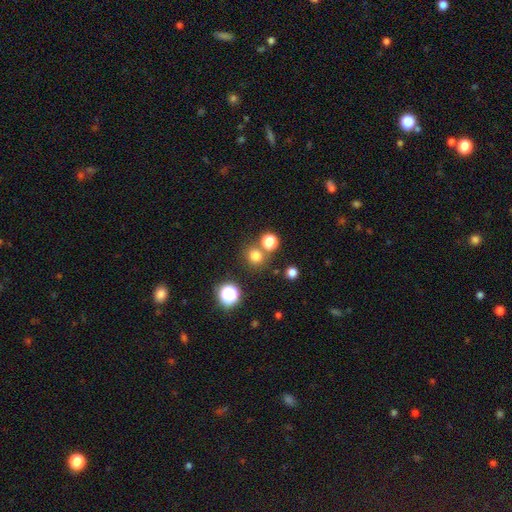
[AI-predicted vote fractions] Smooth or featured?
  - smooth: 75% *
  - star or artifact: 20%
  - featured or disk: 6%
How rounded?
  - round: 89% *
  - in between: 10%
  - cigar-shaped: 1%
Merging?
  - none: 74% *
  - merger: 15%
  - minor disturbance: 8%
  - major disturbance: 3%